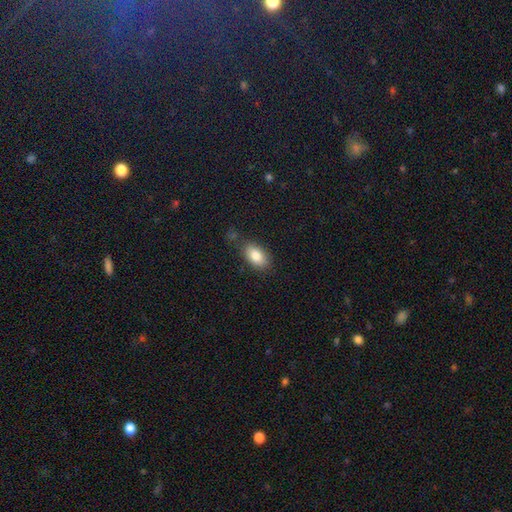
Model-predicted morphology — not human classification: This is clearly a smooth galaxy (83%). How rounded: clearly in between (91%). Merging: likely none (76%).